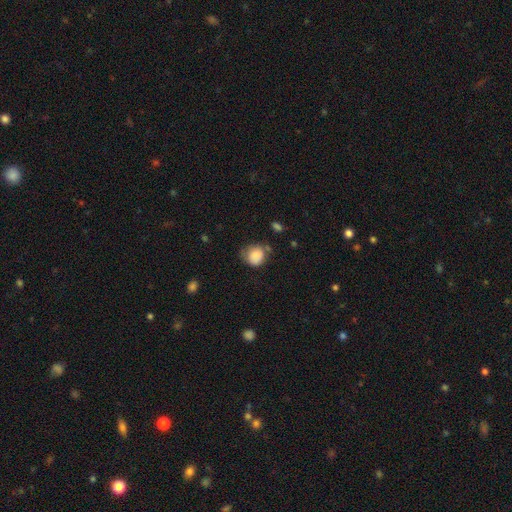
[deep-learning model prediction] Smooth or featured?
  - smooth: 84% *
  - star or artifact: 8%
  - featured or disk: 7%
How rounded?
  - round: 78% *
  - in between: 21%
  - cigar-shaped: 1%
Merging?
  - none: 53% *
  - minor disturbance: 31%
  - major disturbance: 11%
  - merger: 5%